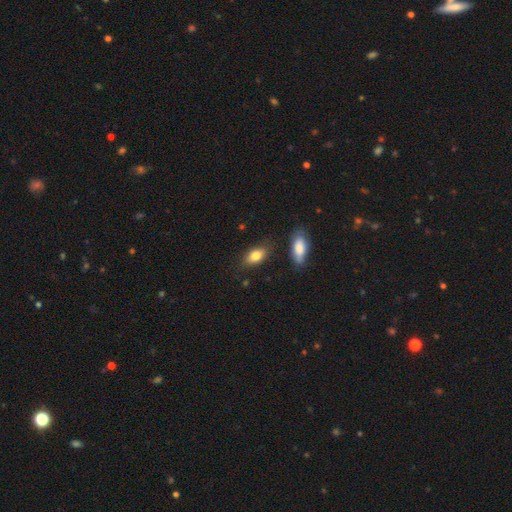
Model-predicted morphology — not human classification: A smooth galaxy with no disk features (81%) that is in between round and cigar-shaped (87%). Merging: none (78%).